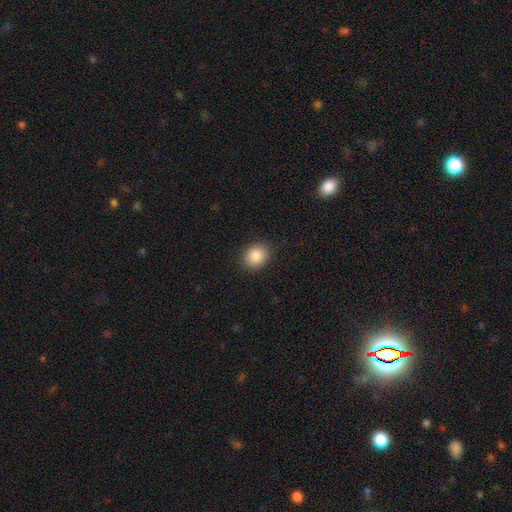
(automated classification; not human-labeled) Morphology: type=smooth (86%); roundness=round (60%); merging=none (89%).